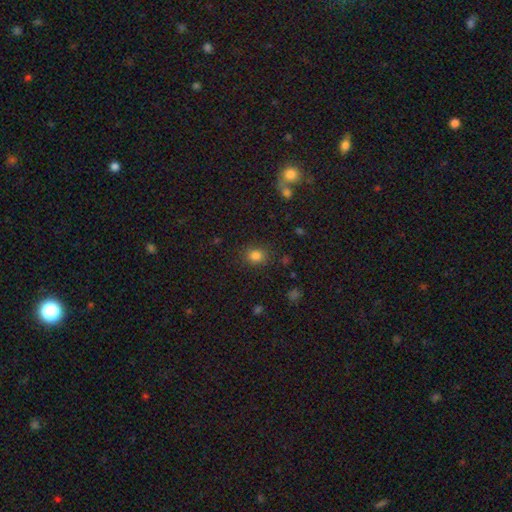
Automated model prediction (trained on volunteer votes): Smooth or featured? smooth (81%)
How rounded? round (61%)
Merging? none (84%)